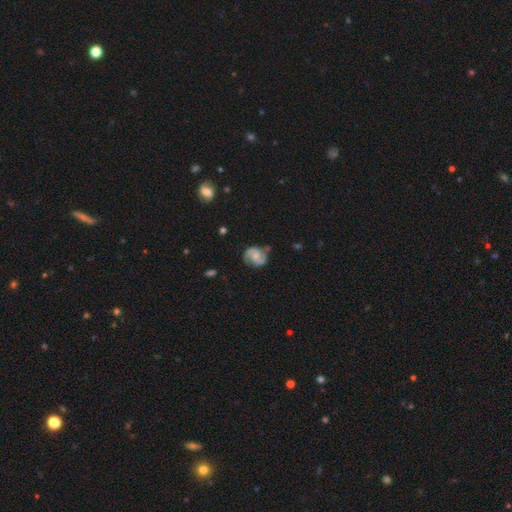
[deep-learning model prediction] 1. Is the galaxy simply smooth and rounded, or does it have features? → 76% featured or disk, 17% smooth, 7% star or artifact.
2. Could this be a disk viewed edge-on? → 98% no, 2% yes.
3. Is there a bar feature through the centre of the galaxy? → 59% no, 35% weak, 7% strong.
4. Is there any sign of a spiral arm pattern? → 95% yes, 5% no.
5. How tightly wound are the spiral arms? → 50% medium, 31% tight, 19% loose.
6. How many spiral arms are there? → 88% 2, 5% can't tell, 2% 1, 2% 3, 1% 4, 1% more than 4.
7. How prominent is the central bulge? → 43% small, 39% moderate, 14% none, 4% large, 1% dominant.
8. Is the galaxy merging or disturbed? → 71% none, 20% minor disturbance, 7% major disturbance, 3% merger.